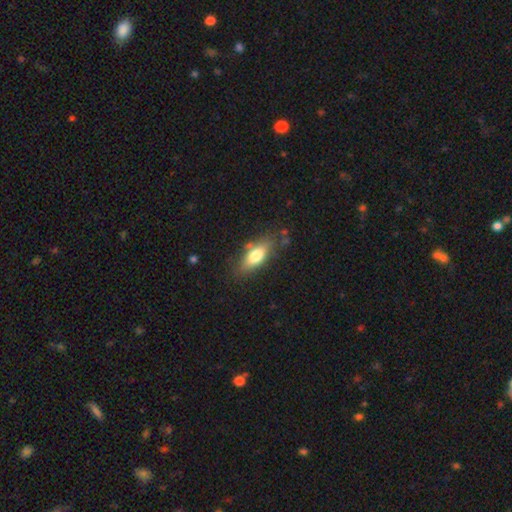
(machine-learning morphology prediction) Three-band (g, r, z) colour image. It shows a smooth galaxy with no disk features (71%) that is in between round and cigar-shaped (74%). Merging: none (74%).